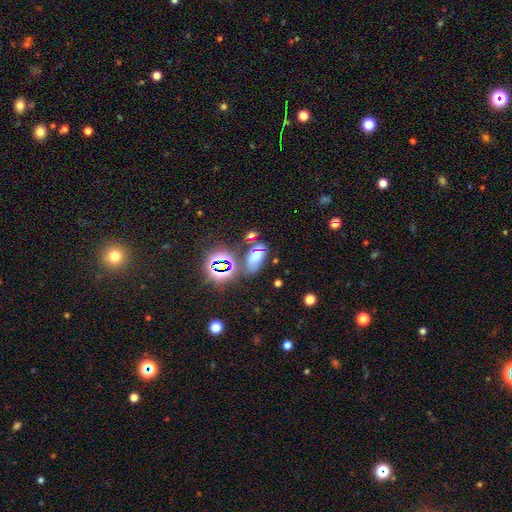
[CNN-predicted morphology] Smooth or featured: smooth — 47% (star or artifact — 40%)
Merging: none — 55% (minor disturbance — 18%)